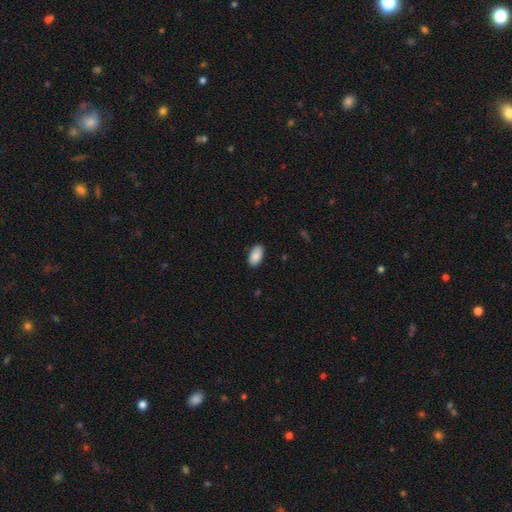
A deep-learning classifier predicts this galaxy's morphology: A smooth galaxy with no disk features (90%) that is in between round and cigar-shaped (95%).

Vote fractions:
- Smooth or featured? smooth: 90% / star or artifact: 6% / featured or disk: 4%
- How rounded? in between: 95% / round: 3% / cigar-shaped: 2%
- Merging? none: 87% / minor disturbance: 10% / major disturbance: 2% / merger: 1%